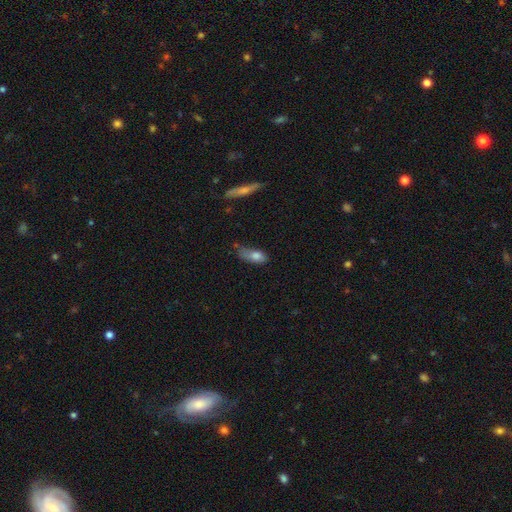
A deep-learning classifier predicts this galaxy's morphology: smooth_or_featured: smooth (p=0.75) [alt: featured or disk p=0.17]
how_rounded: in between (p=0.75) [alt: cigar-shaped p=0.20]
merging: minor disturbance (p=0.37) [alt: none p=0.33]